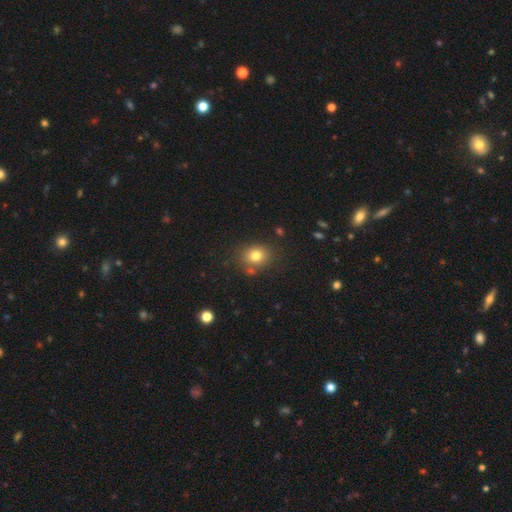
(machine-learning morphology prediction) A smooth galaxy with no disk features (79%) that is round (67%). Merging: none (80%).